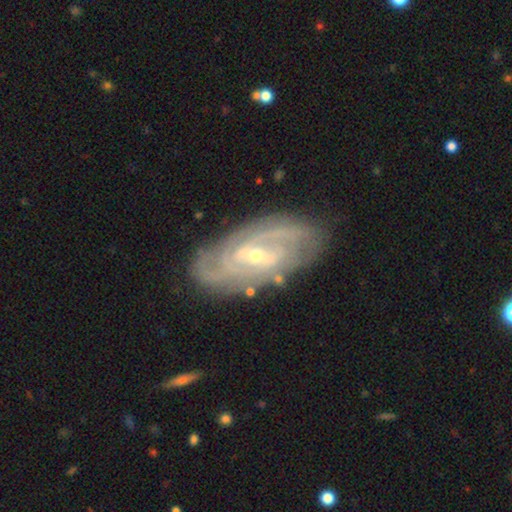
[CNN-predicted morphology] featured or disk 88%, smooth 7%, star or artifact 5%. Down the decision tree: edge-on disk — no (94%); bar — weak (46%); spiral arms — yes (96%); spiral arm count — 2 (36%); spiral winding — tight (64%); bulge size — small (68%); merging — none (80%).